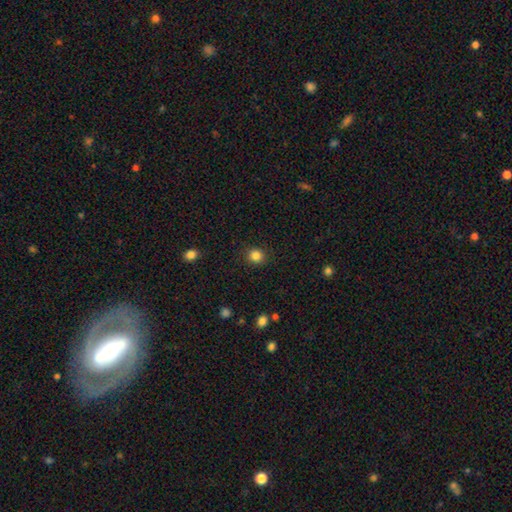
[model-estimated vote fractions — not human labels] A smooth galaxy with no disk features (85%) that is round (87%). Merging: none (90%).